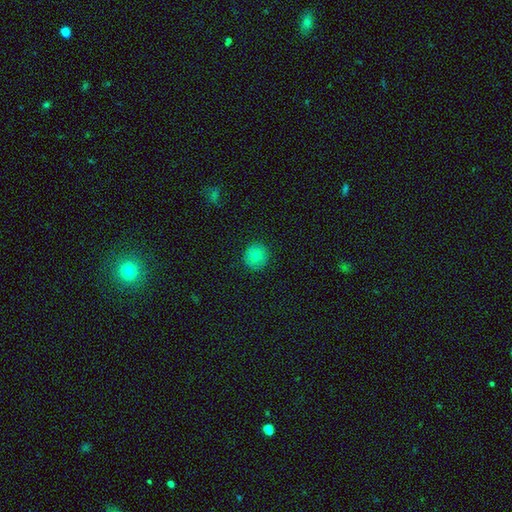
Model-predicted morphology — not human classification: Q: Smooth or featured?
A: smooth (74%); runner-up: featured or disk (14%)
Q: How rounded?
A: round (92%); runner-up: in between (7%)
Q: Merging?
A: none (91%); runner-up: minor disturbance (7%)